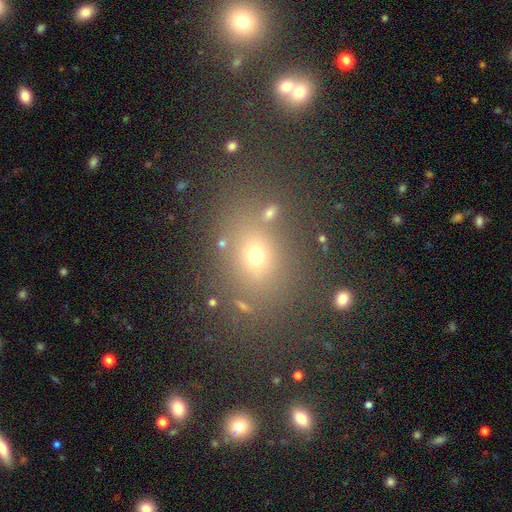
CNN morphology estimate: type=smooth (62%); roundness=in between (50%); merging=none (77%).